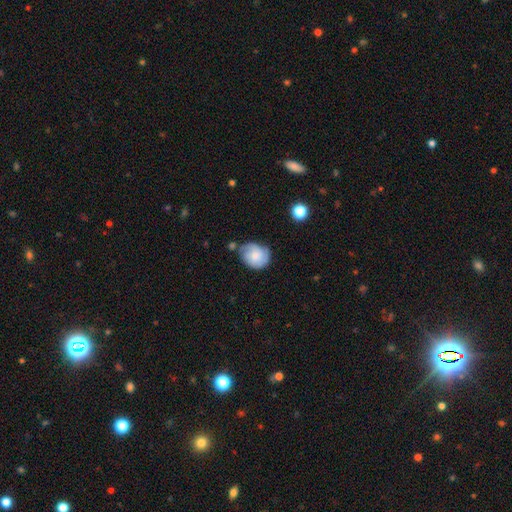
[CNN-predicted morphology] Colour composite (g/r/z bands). It shows a smooth galaxy with no disk features (59%) that is round (57%). Merging: none (54%).